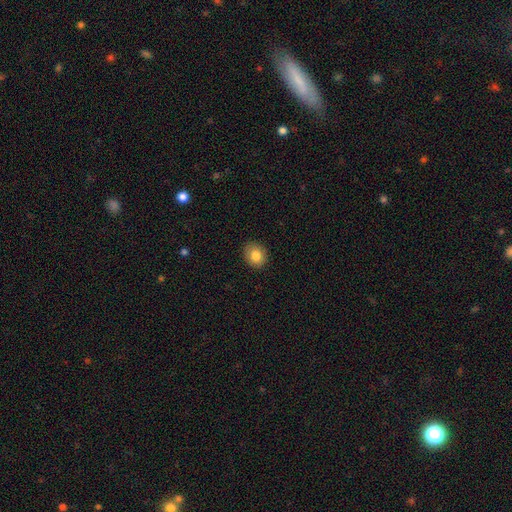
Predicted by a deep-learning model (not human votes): smooth-or-featured: smooth: 83% | star or artifact: 9% | featured or disk: 8%
  how-rounded: round: 63% | in between: 36% | cigar-shaped: 1%
  merging: none: 89% | minor disturbance: 8% | major disturbance: 2% | merger: 1%